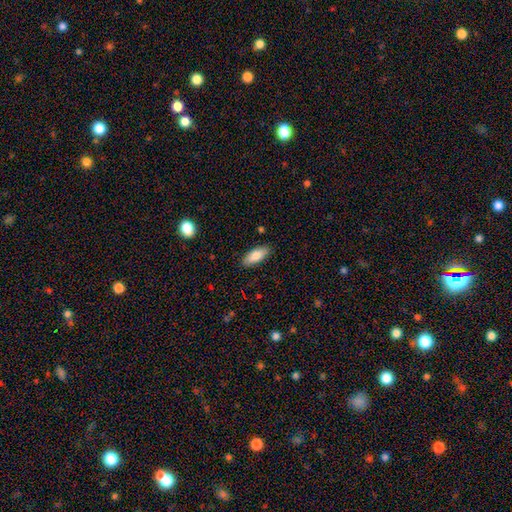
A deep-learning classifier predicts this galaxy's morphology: This is clearly a smooth galaxy (83%). How rounded: clearly in between (80%). Merging: clearly none (87%).